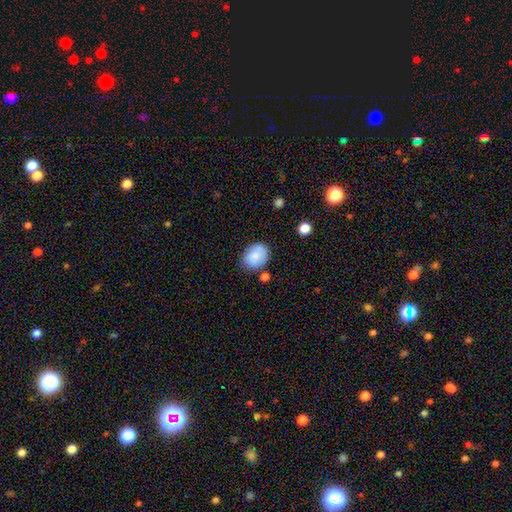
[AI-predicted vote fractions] smooth 85%, featured or disk 8%, star or artifact 7%. Down the decision tree: how rounded — in between (60%); merging — none (73%).